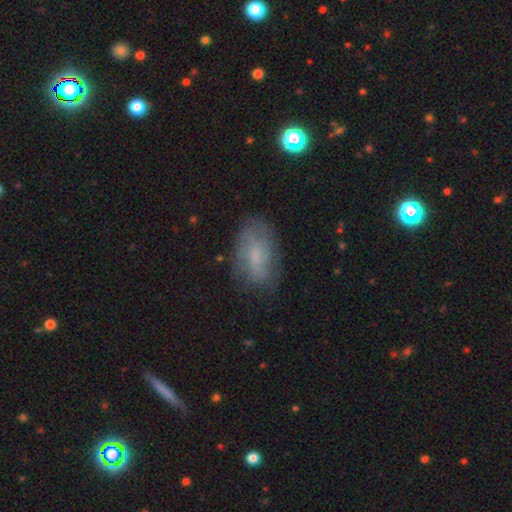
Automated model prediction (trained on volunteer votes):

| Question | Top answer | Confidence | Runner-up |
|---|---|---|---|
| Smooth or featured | smooth | 55% | featured or disk (36%) |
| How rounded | in between | 91% | round (6%) |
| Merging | none | 70% | minor disturbance (21%) |